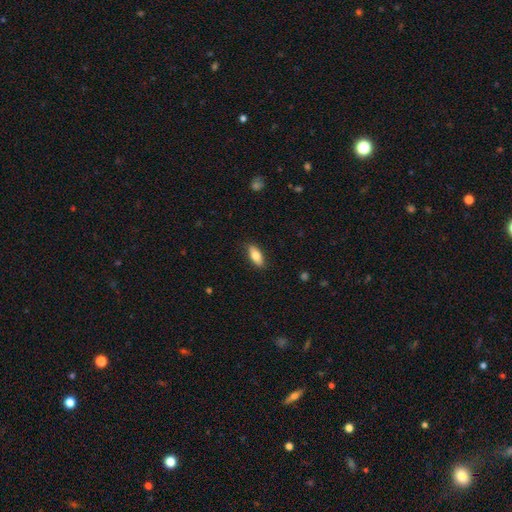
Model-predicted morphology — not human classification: smooth_or_featured: smooth (p=0.77) [alt: featured or disk p=0.17]
how_rounded: in between (p=0.81) [alt: cigar-shaped p=0.16]
merging: none (p=0.87) [alt: minor disturbance p=0.10]